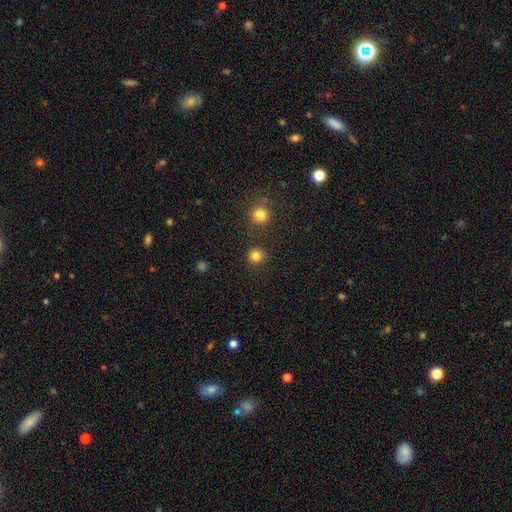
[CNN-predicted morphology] This appears to be a smooth galaxy with no disk features (82%) that is round (94%). Merging: none (89%).